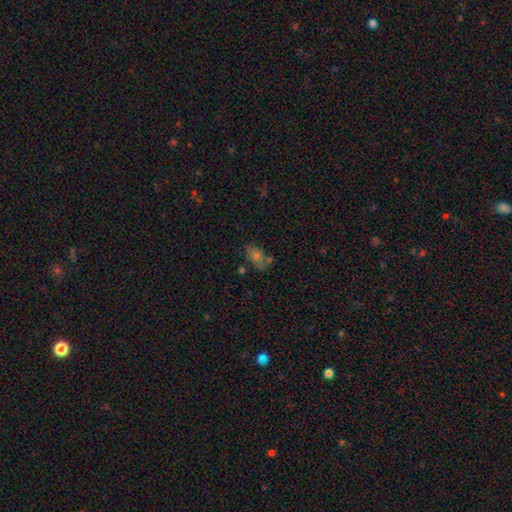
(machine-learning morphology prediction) Smooth or featured: smooth — 61% (star or artifact — 21%)
How rounded: in between — 83% (round — 13%)
Merging: none — 61% (minor disturbance — 21%)